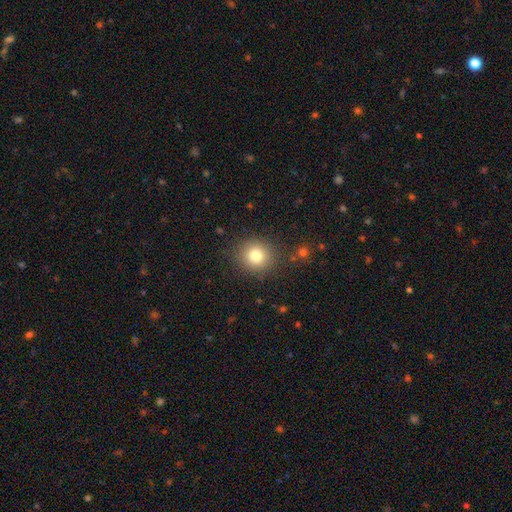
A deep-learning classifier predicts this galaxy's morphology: Smooth or featured?
  - smooth: 80% *
  - star or artifact: 12%
  - featured or disk: 8%
How rounded?
  - round: 89% *
  - in between: 10%
  - cigar-shaped: 1%
Merging?
  - none: 87% *
  - minor disturbance: 8%
  - major disturbance: 3%
  - merger: 2%